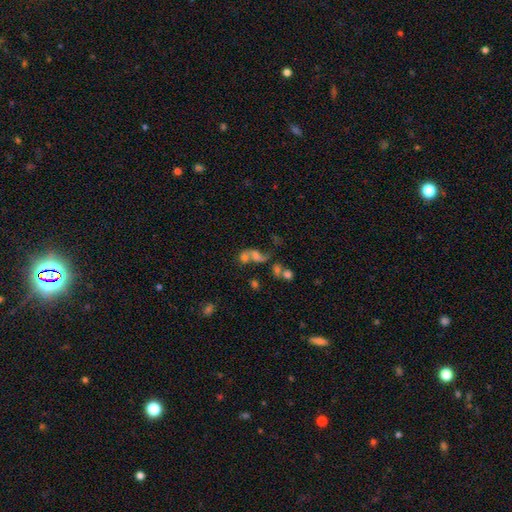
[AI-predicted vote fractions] This appears to be a featured or disk galaxy (45%). Merging: merger (50%).